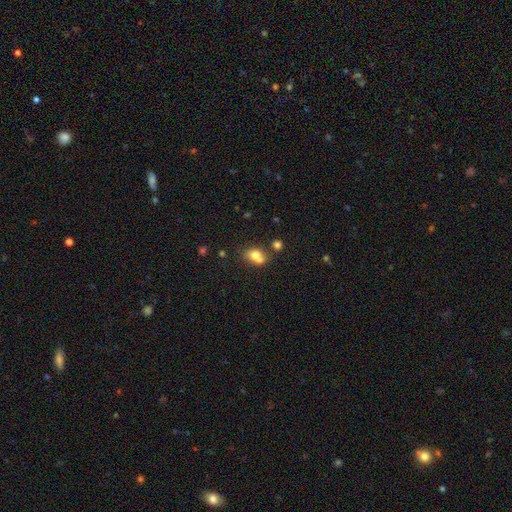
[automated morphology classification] smooth 72%, featured or disk 17%, star or artifact 12%. Down the decision tree: how rounded — in between (56%); merging — merger (48%).